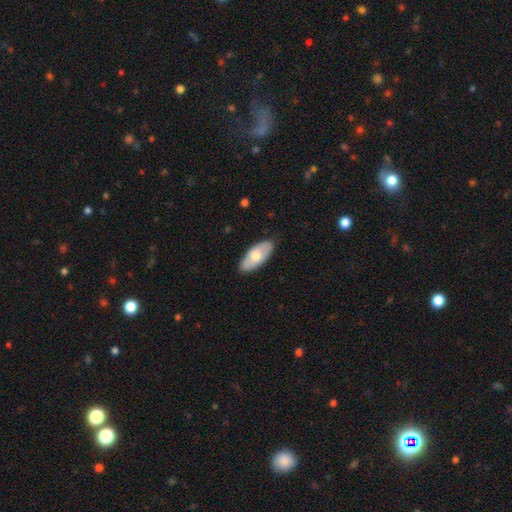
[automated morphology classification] smooth 62%, featured or disk 33%, star or artifact 5%. Down the decision tree: how rounded — in between (90%); merging — none (85%).